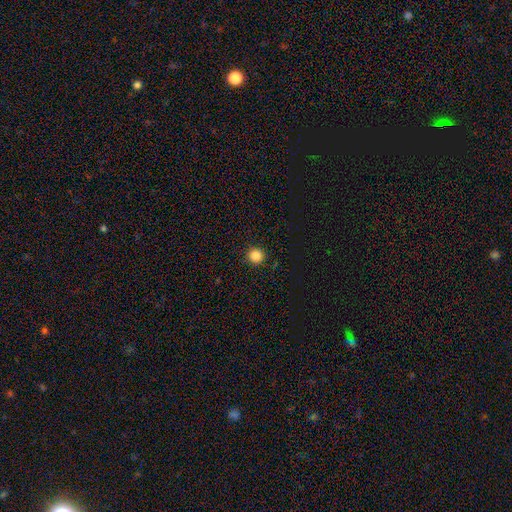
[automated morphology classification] Smooth or featured: smooth — 85% (star or artifact — 11%)
How rounded: round — 96% (in between — 3%)
Merging: none — 93% (minor disturbance — 4%)